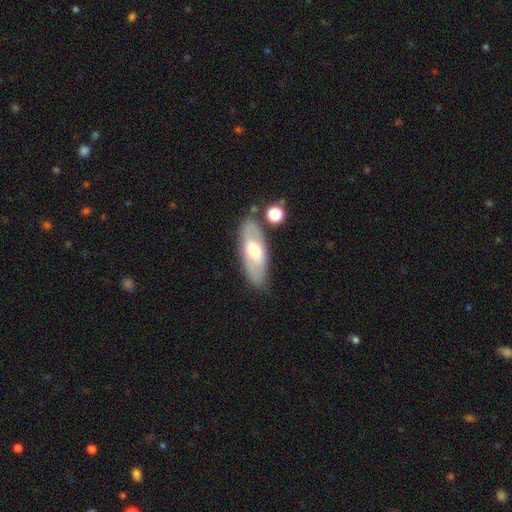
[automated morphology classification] smooth_or_featured: smooth (p=0.48) [alt: featured or disk p=0.45]
merging: none (p=0.77) [alt: minor disturbance p=0.13]